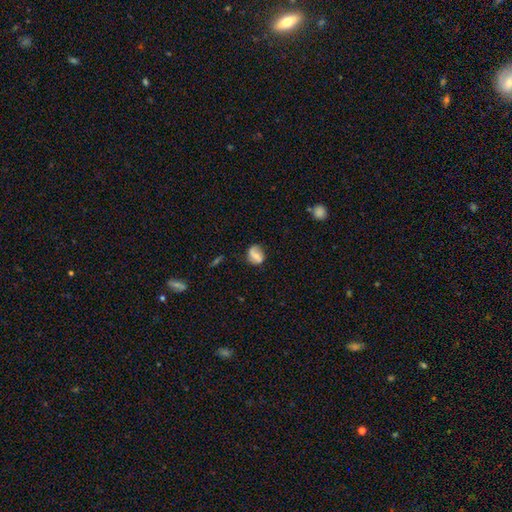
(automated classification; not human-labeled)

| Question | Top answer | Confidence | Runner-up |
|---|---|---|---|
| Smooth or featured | smooth | 51% | featured or disk (40%) |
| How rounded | round | 59% | in between (40%) |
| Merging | none | 66% | minor disturbance (23%) |